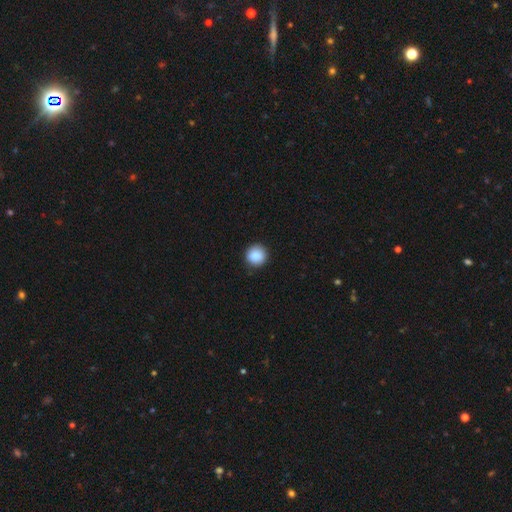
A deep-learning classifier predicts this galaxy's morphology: A smooth galaxy with no disk features (88%) that is round (91%). Merging: none (89%).